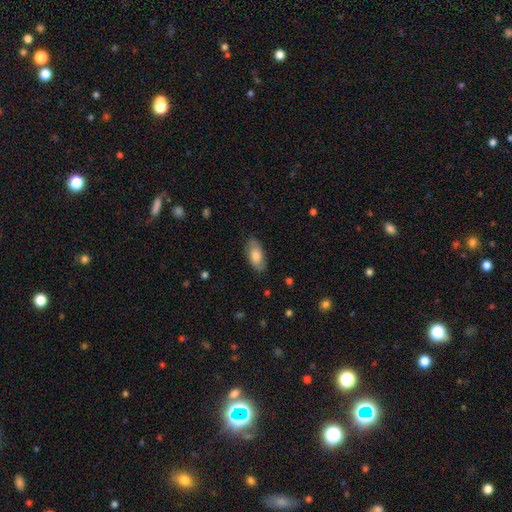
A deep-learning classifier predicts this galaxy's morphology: A smooth galaxy with no disk features (75%) that is in between round and cigar-shaped (91%).

Vote fractions:
- Smooth or featured? smooth: 75% / featured or disk: 19% / star or artifact: 6%
- How rounded? in between: 91% / cigar-shaped: 7% / round: 3%
- Merging? none: 81% / minor disturbance: 14% / major disturbance: 3% / merger: 1%